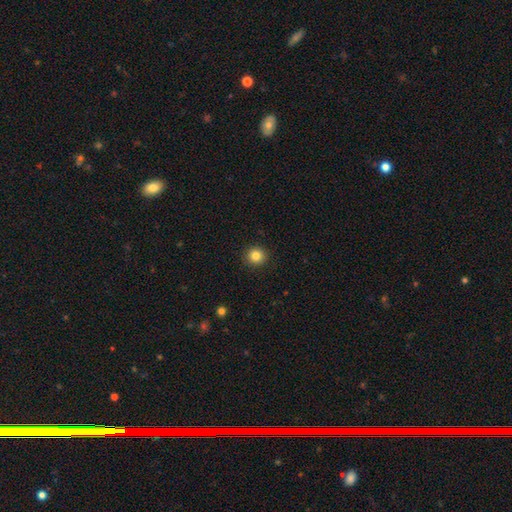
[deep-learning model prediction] smooth 83%, star or artifact 12%, featured or disk 5%. Down the decision tree: how rounded — round (92%); merging — none (92%).